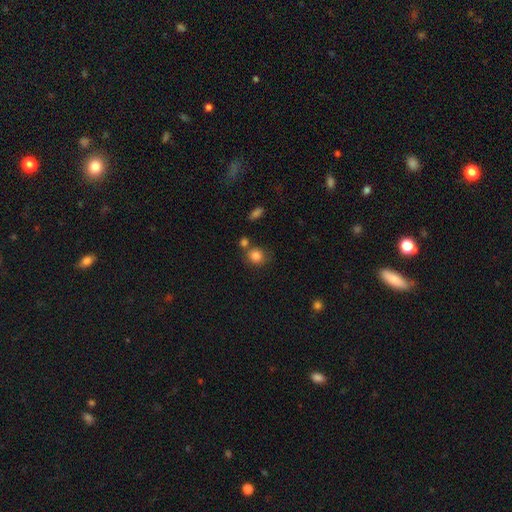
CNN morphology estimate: smooth 84%, star or artifact 10%, featured or disk 6%. Down the decision tree: how rounded — round (81%); merging — none (66%).